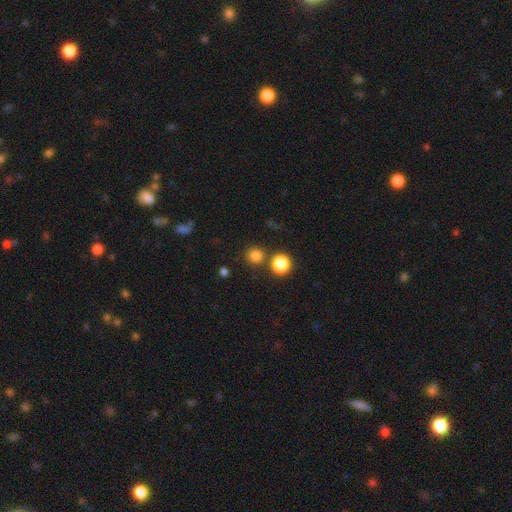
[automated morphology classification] This appears to be a smooth galaxy with no disk features (80%) that is round (93%). Merging: none (80%).